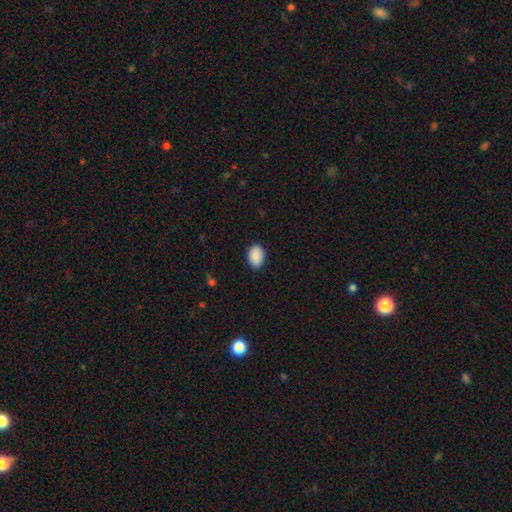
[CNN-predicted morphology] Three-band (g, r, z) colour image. It shows a smooth galaxy with no disk features (90%) that is in between round and cigar-shaped (83%). Merging: none (87%).